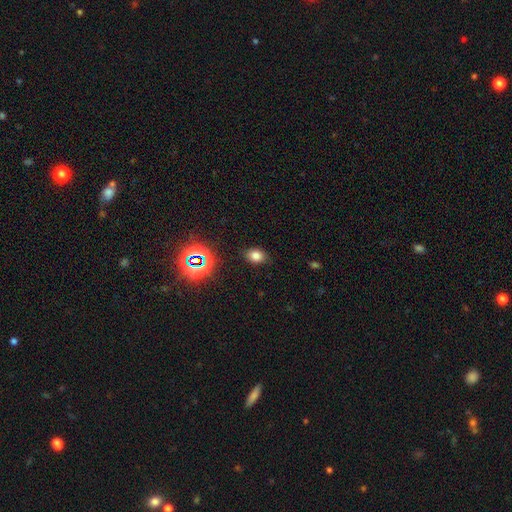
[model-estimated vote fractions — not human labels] Smooth or featured? Predicted: smooth (p=0.73). How rounded? Predicted: in between (p=0.64). Merging? Predicted: none (p=0.84).